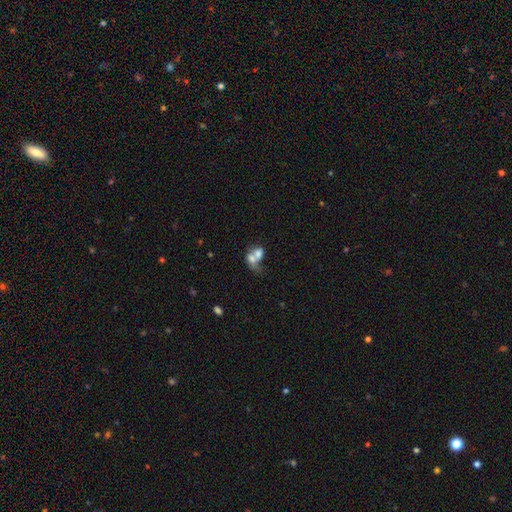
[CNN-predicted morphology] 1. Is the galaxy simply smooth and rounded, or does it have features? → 62% smooth, 27% featured or disk, 10% star or artifact.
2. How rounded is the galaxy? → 59% in between, 39% round, 2% cigar-shaped.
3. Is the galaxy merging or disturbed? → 72% merger, 12% none, 9% major disturbance, 6% minor disturbance.